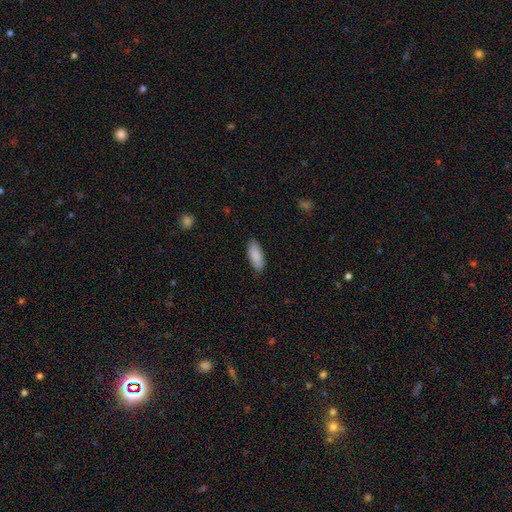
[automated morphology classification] type=smooth (89%); roundness=in between (77%); merging=none (87%).